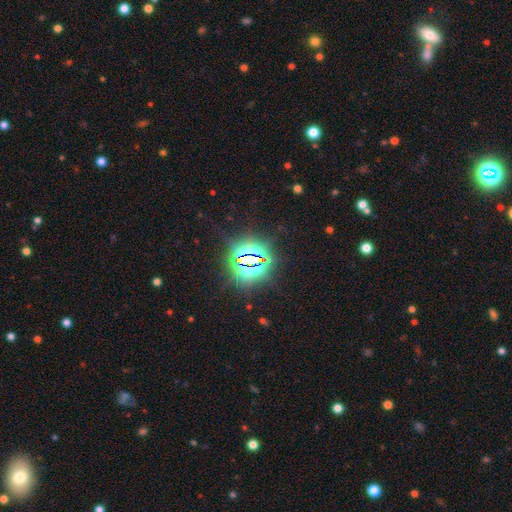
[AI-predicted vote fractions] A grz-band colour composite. It shows a star or artifact, not a galaxy (84%).